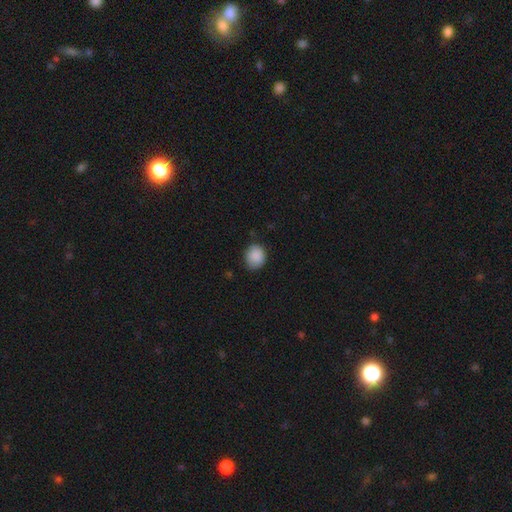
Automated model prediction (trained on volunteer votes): Smooth or featured: smooth — 88% (star or artifact — 8%)
How rounded: round — 66% (in between — 33%)
Merging: none — 74% (minor disturbance — 21%)